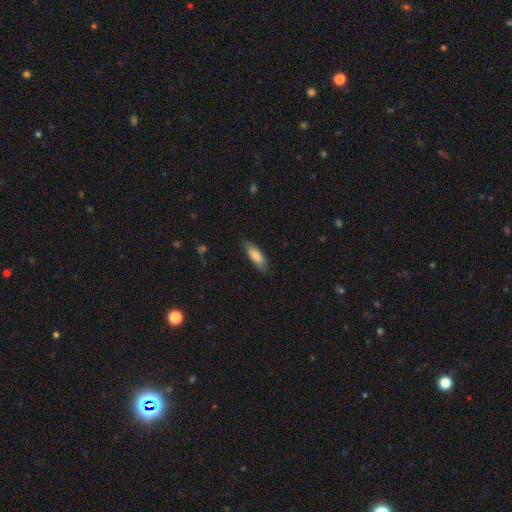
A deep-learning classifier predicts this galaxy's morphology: smooth-or-featured: smooth: 81% | featured or disk: 14% | star or artifact: 6%
  how-rounded: in between: 53% | cigar-shaped: 46% | round: 2%
  merging: none: 79% | minor disturbance: 17% | major disturbance: 3% | merger: 1%